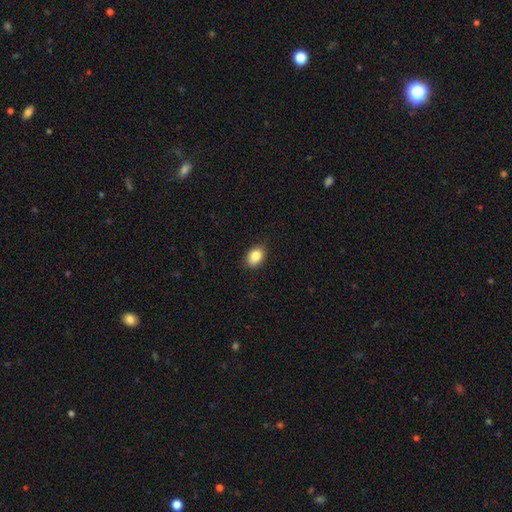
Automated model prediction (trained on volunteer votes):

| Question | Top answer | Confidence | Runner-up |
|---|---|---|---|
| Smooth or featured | smooth | 85% | star or artifact (8%) |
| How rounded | in between | 78% | round (21%) |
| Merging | none | 86% | minor disturbance (10%) |